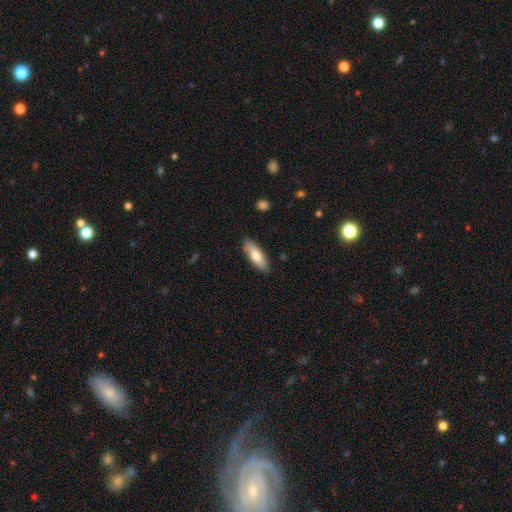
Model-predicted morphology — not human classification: A smooth galaxy with no disk features (74%) that is in between round and cigar-shaped (61%). Merging: none (86%).